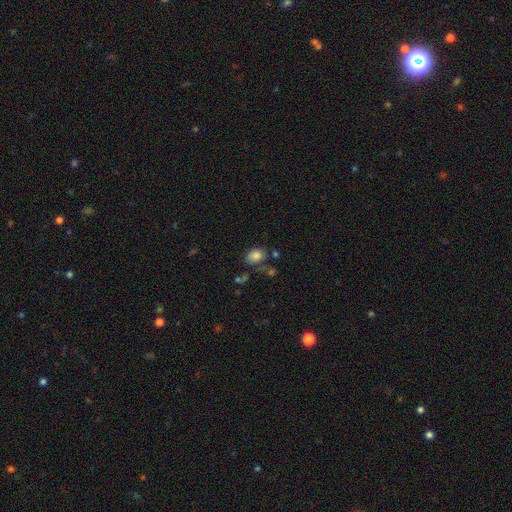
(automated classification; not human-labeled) This appears to be a smooth galaxy with no disk features (81%) that is in between round and cigar-shaped (73%). Merging: none (59%).